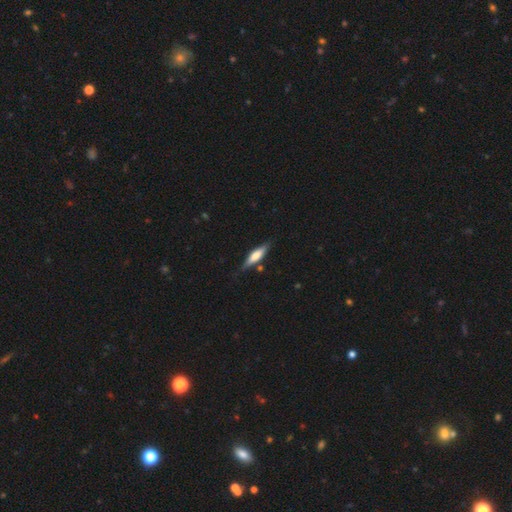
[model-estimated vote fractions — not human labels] Overall: smooth (54%; featured or disk 40%). How rounded: cigar-shaped (69%; in between 29%). Merging: none (79%).